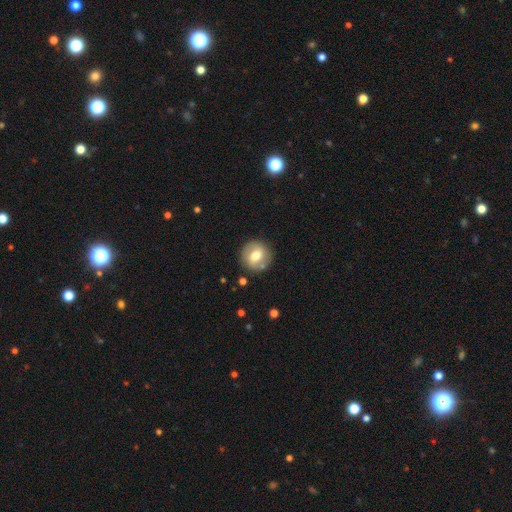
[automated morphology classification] Overall: smooth (61%; featured or disk 32%). How rounded: round (91%). Merging: none (85%).